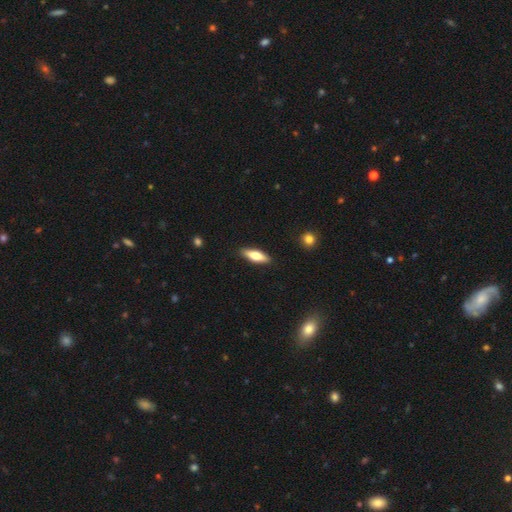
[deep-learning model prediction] smooth-or-featured: smooth: 65% | featured or disk: 29% | star or artifact: 6%
  how-rounded: cigar-shaped: 52% | in between: 46% | round: 2%
  merging: none: 88% | minor disturbance: 9% | major disturbance: 2% | merger: 1%